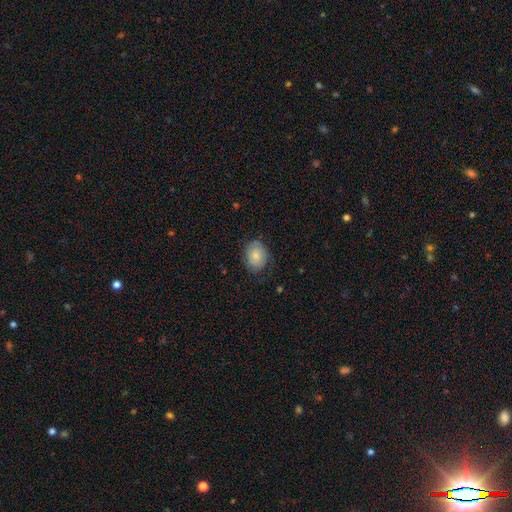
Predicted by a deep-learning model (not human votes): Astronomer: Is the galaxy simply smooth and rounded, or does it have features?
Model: smooth — 81%.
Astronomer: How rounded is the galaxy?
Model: in between — 53% (runner-up: round, 46%).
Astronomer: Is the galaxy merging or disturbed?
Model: none — 74%.